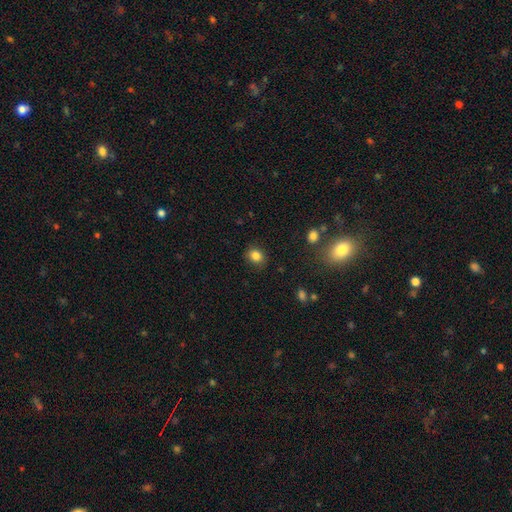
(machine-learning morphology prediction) Smooth or featured? smooth (84%)
How rounded? round (66%)
Merging? none (85%)